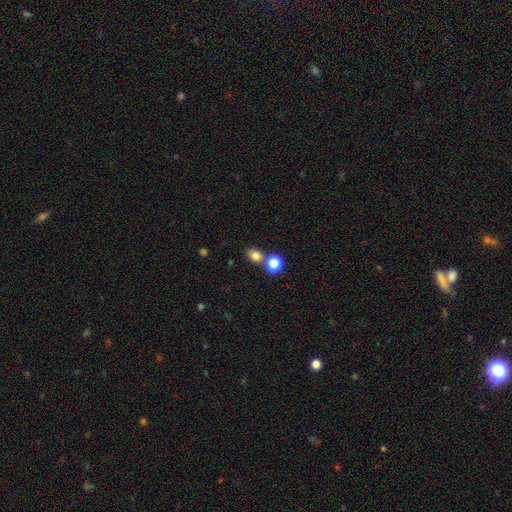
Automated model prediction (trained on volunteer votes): smooth 80%, star or artifact 14%, featured or disk 6%. Down the decision tree: how rounded — in between (51%); merging — none (62%).